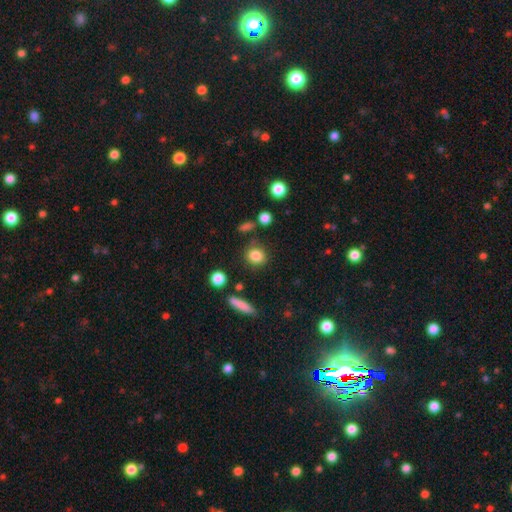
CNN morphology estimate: smooth 84%, star or artifact 10%, featured or disk 6%. Down the decision tree: how rounded — round (72%); merging — none (81%).